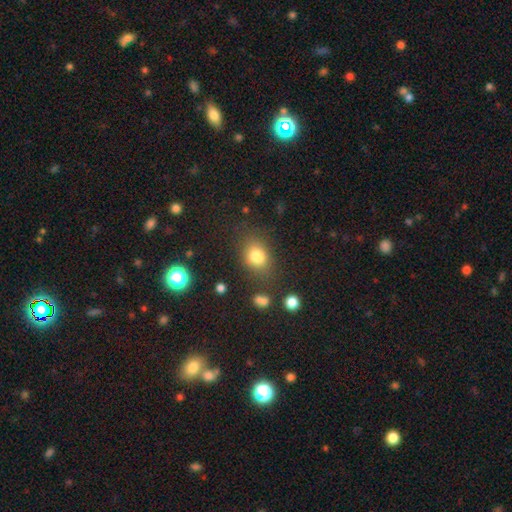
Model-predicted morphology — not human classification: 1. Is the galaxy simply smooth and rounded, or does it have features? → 80% smooth, 12% star or artifact, 8% featured or disk.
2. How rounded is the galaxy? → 57% in between, 41% round, 1% cigar-shaped.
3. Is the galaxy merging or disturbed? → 72% none, 16% minor disturbance, 7% major disturbance, 5% merger.